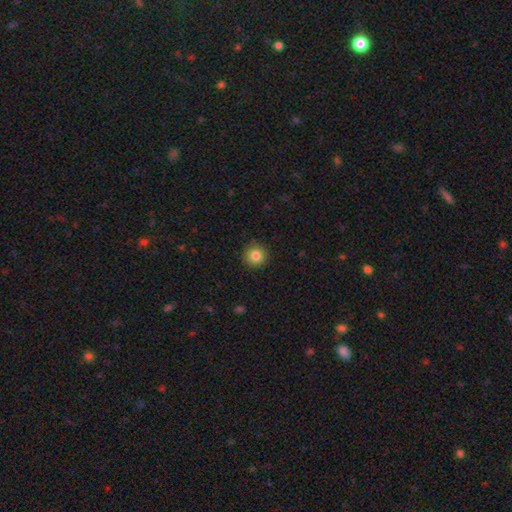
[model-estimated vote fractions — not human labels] This appears to be a smooth galaxy with no disk features (84%) that is round (95%). Merging: none (92%).